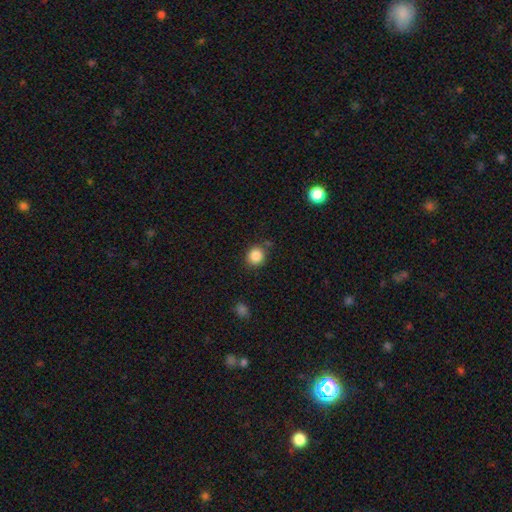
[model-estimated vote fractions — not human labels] Overall: smooth (87%). How rounded: round (86%). Merging: none (82%).